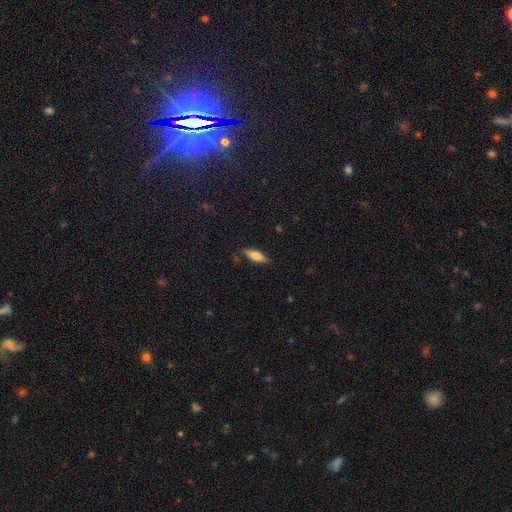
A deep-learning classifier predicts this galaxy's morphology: type=smooth (62%); roundness=cigar-shaped (50%); merging=none (85%).